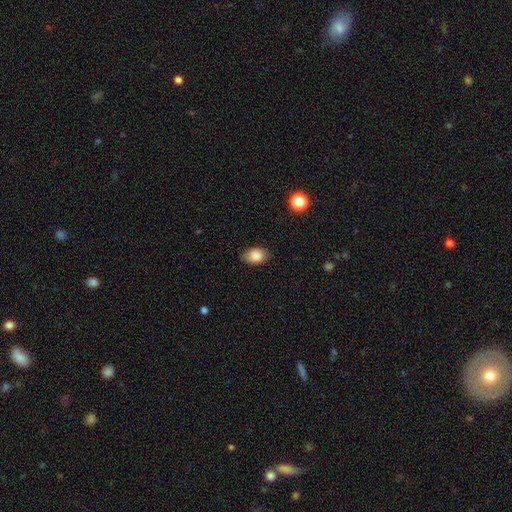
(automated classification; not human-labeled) Smooth or featured: smooth — 87% (star or artifact — 8%)
How rounded: in between — 84% (round — 15%)
Merging: none — 81% (minor disturbance — 15%)